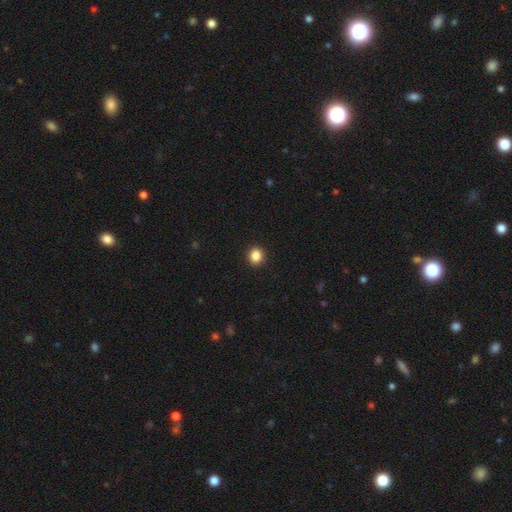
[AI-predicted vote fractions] Morphology: type=smooth (86%); roundness=round (82%); merging=none (93%).